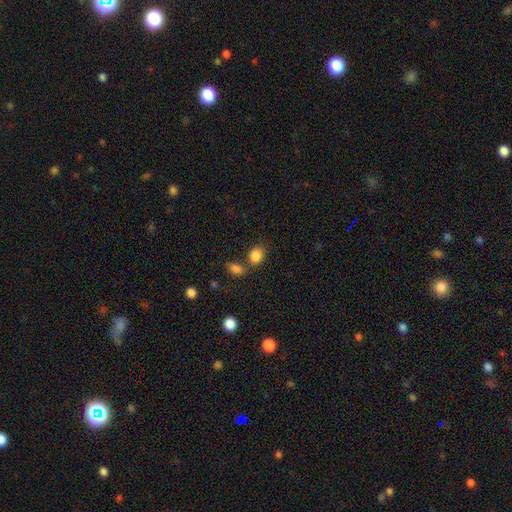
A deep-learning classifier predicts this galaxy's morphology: Smooth or featured? smooth (85%)
How rounded? in between (52%)
Merging? none (58%)